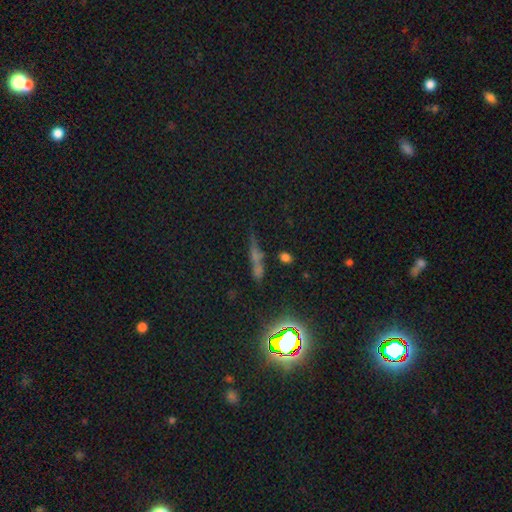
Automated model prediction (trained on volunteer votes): star or artifact 44%, smooth 35%, featured or disk 21%.